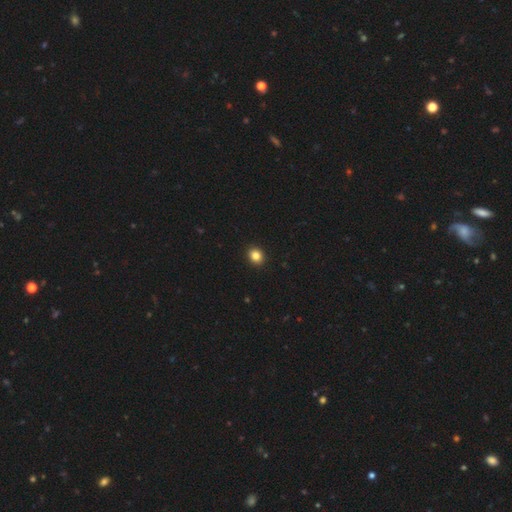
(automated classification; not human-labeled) Smooth or featured: smooth — 85% (star or artifact — 11%)
How rounded: round — 67% (in between — 32%)
Merging: none — 93% (minor disturbance — 5%)